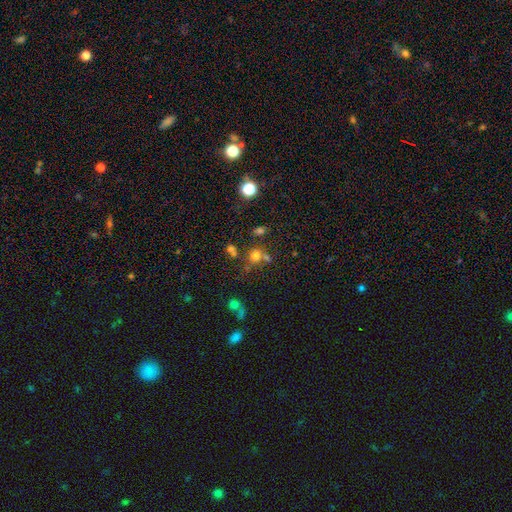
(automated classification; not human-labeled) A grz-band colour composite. It shows a smooth galaxy with no disk features (68%) that is round (77%). Merging: none (58%).